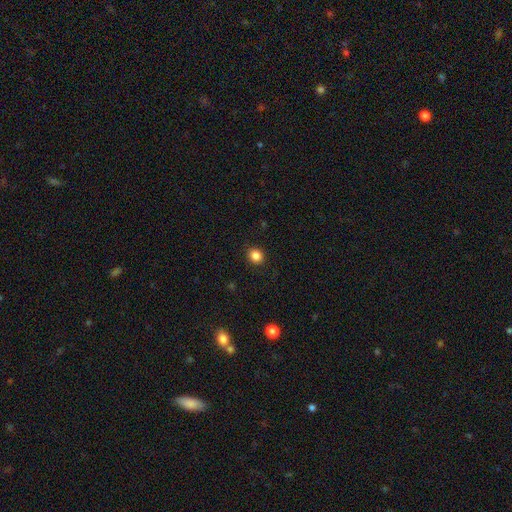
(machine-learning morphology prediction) smooth_or_featured: smooth (p=0.85) [alt: star or artifact p=0.11]
how_rounded: round (p=0.81) [alt: in between p=0.18]
merging: none (p=0.91) [alt: minor disturbance p=0.06]